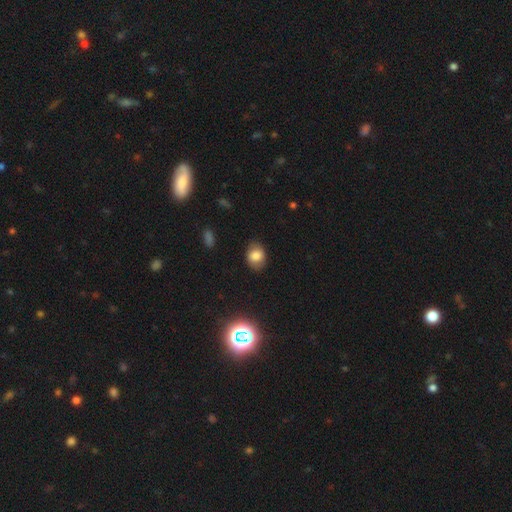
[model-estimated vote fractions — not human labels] Smooth or featured? smooth (78%)
How rounded? in between (64%)
Merging? none (81%)